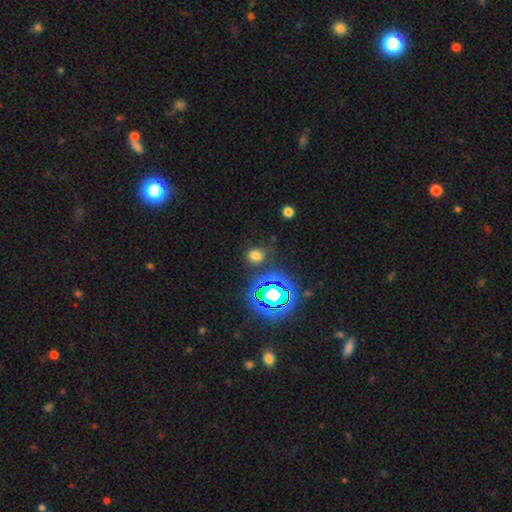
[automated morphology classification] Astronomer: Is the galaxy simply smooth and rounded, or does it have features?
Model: smooth — 66%.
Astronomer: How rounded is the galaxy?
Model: round — 63%.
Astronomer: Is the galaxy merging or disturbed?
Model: none — 80%.